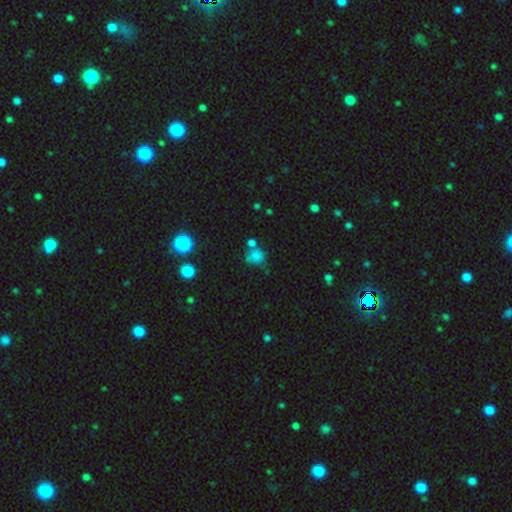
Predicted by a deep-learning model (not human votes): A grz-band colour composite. It shows a smooth galaxy with no disk features (71%) that is round (69%). Merging: none (40%).